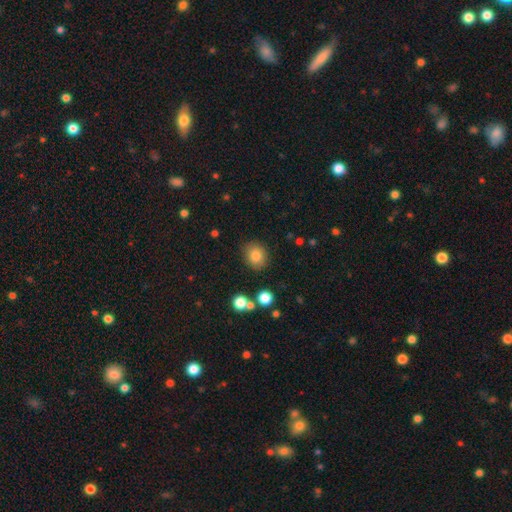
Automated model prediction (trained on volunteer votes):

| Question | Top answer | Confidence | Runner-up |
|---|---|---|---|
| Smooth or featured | smooth | 82% | star or artifact (11%) |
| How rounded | round | 71% | in between (28%) |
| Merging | none | 85% | minor disturbance (9%) |